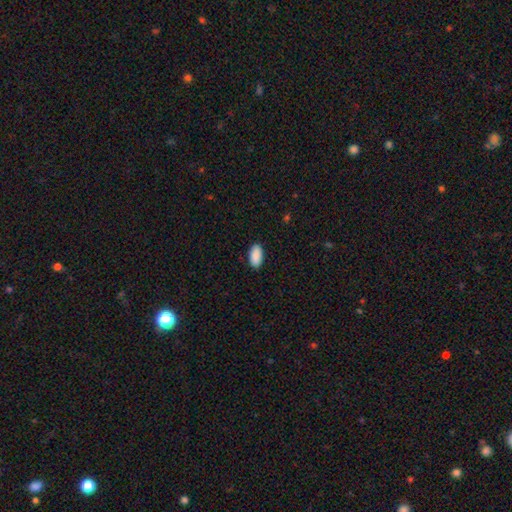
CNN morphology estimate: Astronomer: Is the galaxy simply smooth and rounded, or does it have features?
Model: smooth — 91%.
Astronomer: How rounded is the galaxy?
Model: in between — 95%.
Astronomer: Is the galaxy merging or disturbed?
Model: none — 89%.